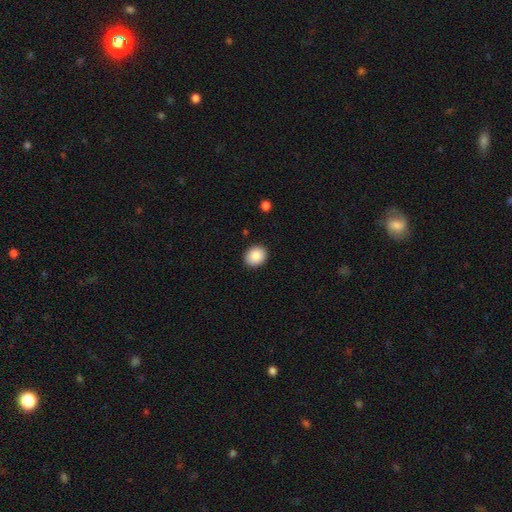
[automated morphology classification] smooth 87%, star or artifact 8%, featured or disk 5%. Down the decision tree: how rounded — round (63%); merging — none (90%).